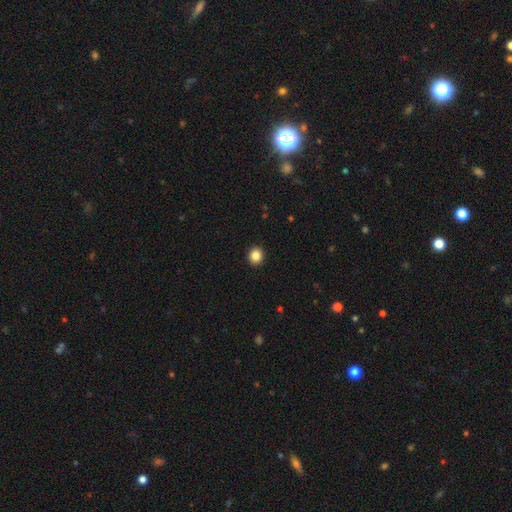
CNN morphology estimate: smooth_or_featured: smooth (p=0.86) [alt: star or artifact p=0.10]
how_rounded: round (p=0.85) [alt: in between p=0.14]
merging: none (p=0.93) [alt: minor disturbance p=0.04]